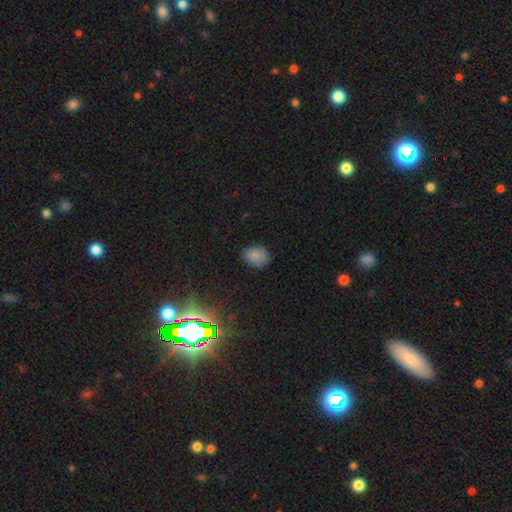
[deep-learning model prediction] Smooth or featured?
  - smooth: 83% *
  - star or artifact: 11%
  - featured or disk: 6%
How rounded?
  - in between: 57% *
  - round: 42%
  - cigar-shaped: 1%
Merging?
  - none: 78% *
  - minor disturbance: 17%
  - major disturbance: 4%
  - merger: 1%